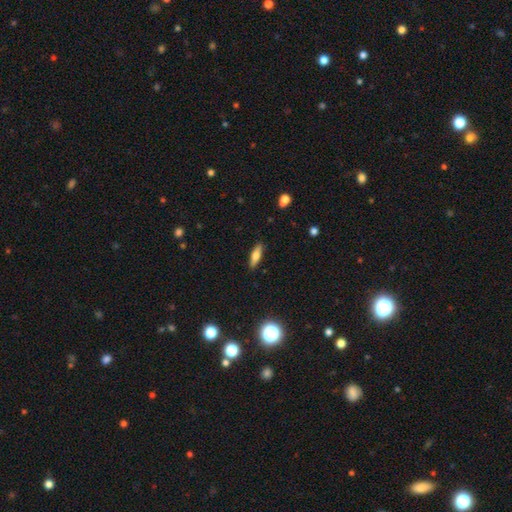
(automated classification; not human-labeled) Smooth or featured: smooth — 66% (featured or disk — 26%)
How rounded: cigar-shaped — 54% (in between — 43%)
Merging: none — 88% (minor disturbance — 9%)